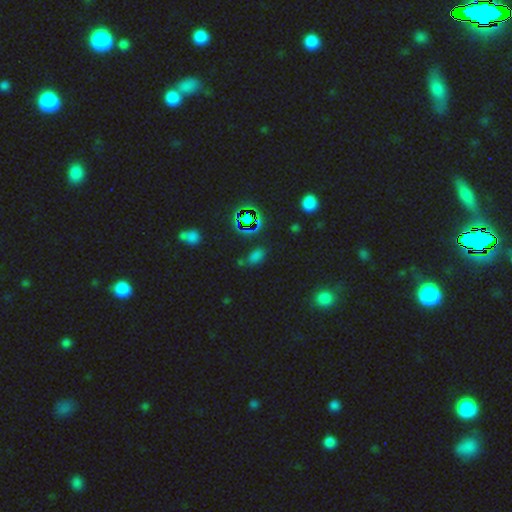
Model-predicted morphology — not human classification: A smooth galaxy with no disk features (50%).

Vote fractions:
- Smooth or featured? smooth: 50% / star or artifact: 42% / featured or disk: 8%
- Merging? none: 70% / minor disturbance: 16% / major disturbance: 7% / merger: 7%